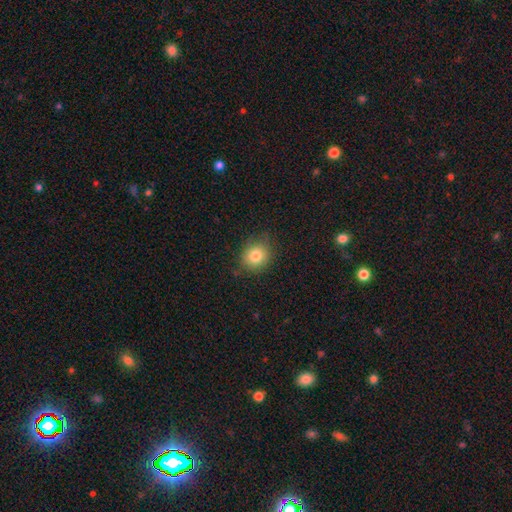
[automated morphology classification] Smooth or featured? smooth (81%)
How rounded? round (73%)
Merging? none (79%)